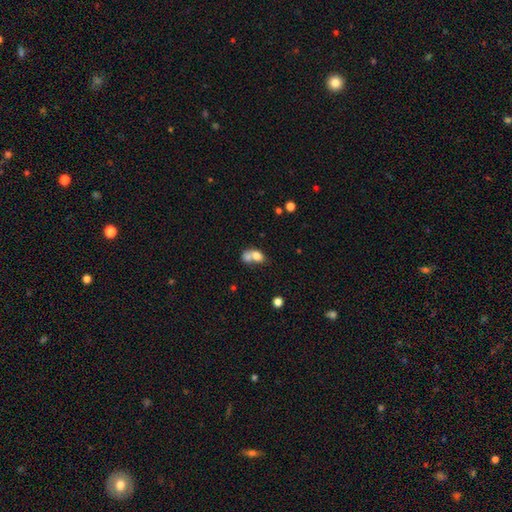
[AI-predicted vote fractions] smooth 73%, featured or disk 17%, star or artifact 10%. Down the decision tree: how rounded — in between (67%); merging — merger (67%).